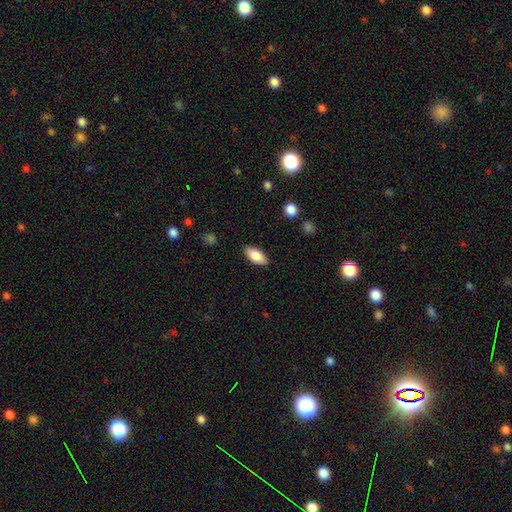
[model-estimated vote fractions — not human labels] The model was most divided on "smooth or featured": smooth: 84%, featured or disk: 9%, star or artifact: 6%. More confident: how rounded — in between (90%); merging — none (87%).